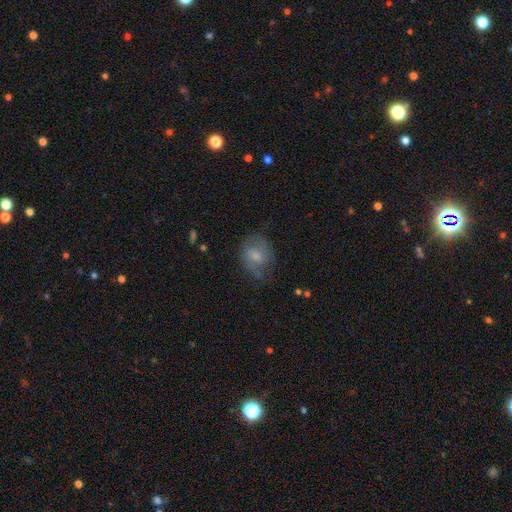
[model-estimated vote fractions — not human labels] This is possibly a smooth galaxy (54%). How rounded: possibly round (54%). Merging: possibly none (56%).